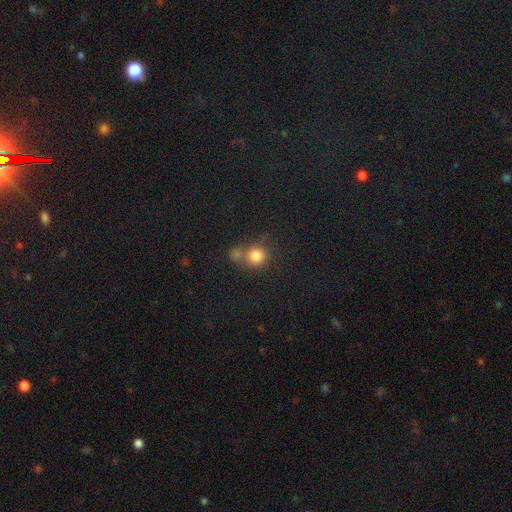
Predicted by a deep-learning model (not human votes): A smooth galaxy with no disk features (80%) that is round (85%). Merging: none (44%).